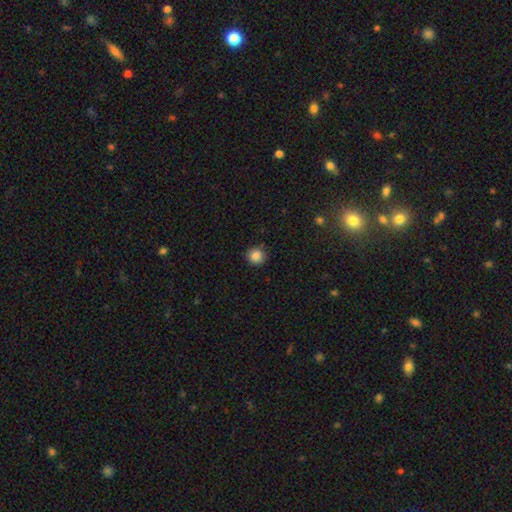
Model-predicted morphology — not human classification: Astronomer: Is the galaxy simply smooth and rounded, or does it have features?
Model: smooth — 86%.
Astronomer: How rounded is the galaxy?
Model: round — 92%.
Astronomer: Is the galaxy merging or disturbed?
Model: none — 90%.